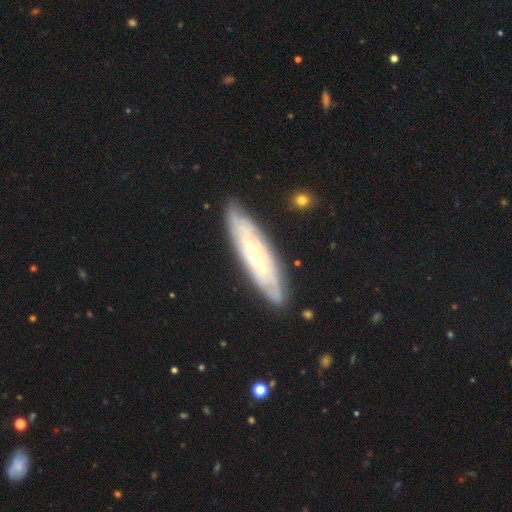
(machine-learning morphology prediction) smooth-or-featured: featured or disk: 71% | smooth: 23% | star or artifact: 6%
  disk-edge-on: no: 67% | yes: 33%
  merging: none: 84% | minor disturbance: 12% | major disturbance: 3% | merger: 1%